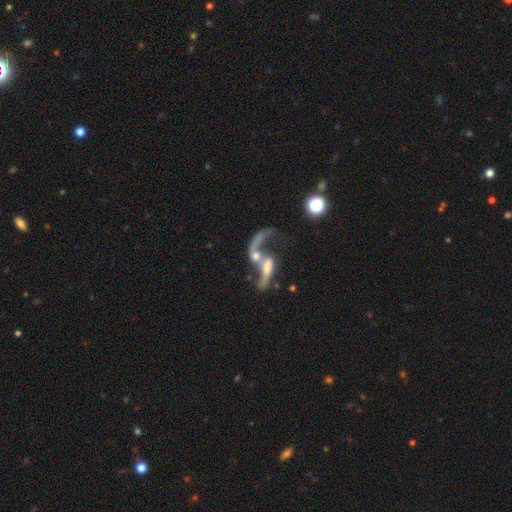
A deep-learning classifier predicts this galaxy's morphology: Smooth or featured: featured or disk — 65% (smooth — 25%)
Edge-on disk: no — 89% (yes — 11%)
Bar: no — 58% (weak — 28%)
Spiral arms: yes — 63% (no — 37%)
Bulge size: moderate — 32% (none — 27%)
Merging: merger — 60% (major disturbance — 20%)